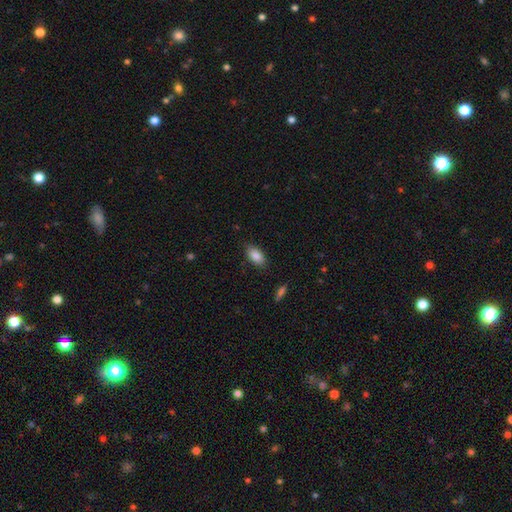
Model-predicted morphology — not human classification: This appears to be a smooth galaxy with no disk features (87%) that is in between round and cigar-shaped (92%). Merging: none (85%).